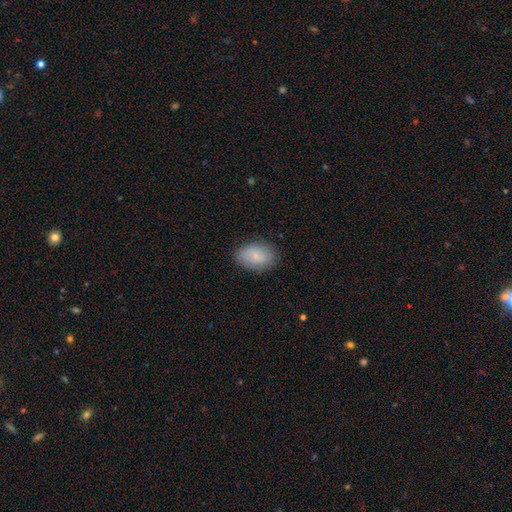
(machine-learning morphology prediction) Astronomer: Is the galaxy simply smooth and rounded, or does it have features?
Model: smooth — 76%.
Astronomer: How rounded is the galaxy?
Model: in between — 87%.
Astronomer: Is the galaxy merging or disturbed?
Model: none — 83%.